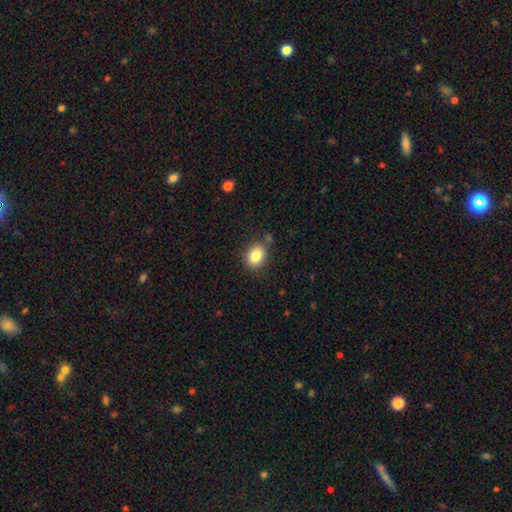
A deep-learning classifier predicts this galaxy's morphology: This is clearly a smooth galaxy (84%). How rounded: possibly in between (58%). Merging: clearly none (82%).